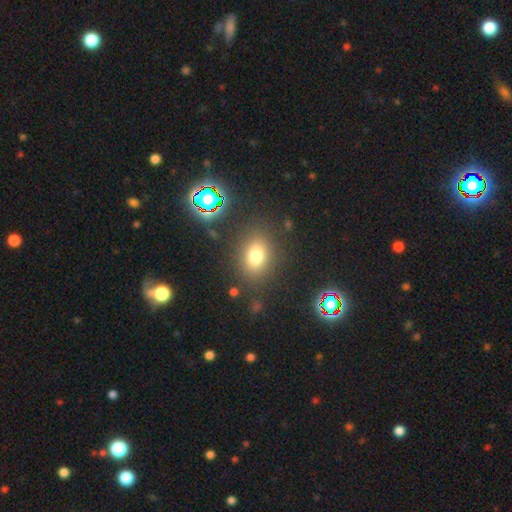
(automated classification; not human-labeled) Morphology: type=smooth (74%); roundness=in between (60%); merging=none (83%).